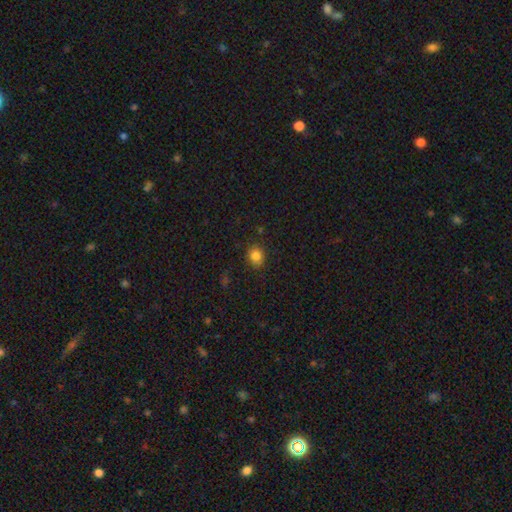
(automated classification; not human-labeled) A smooth galaxy with no disk features (83%) that is round (65%). Merging: none (86%).